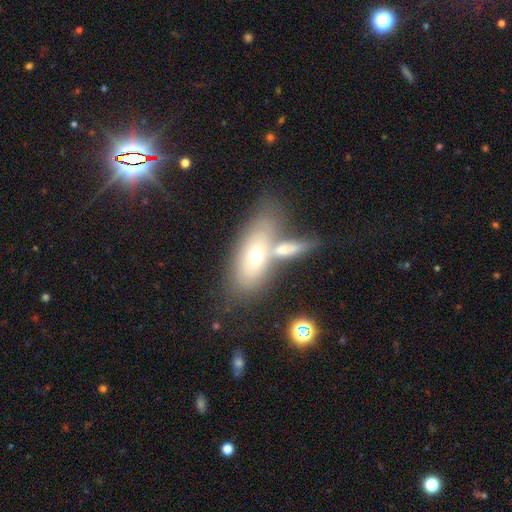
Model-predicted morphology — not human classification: type=smooth (57%); roundness=in between (79%); merging=none (42%).